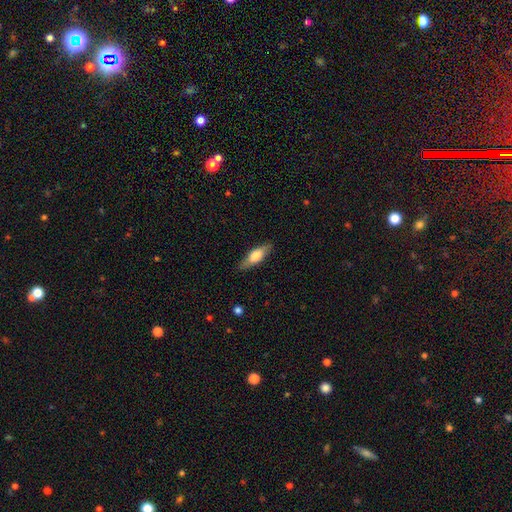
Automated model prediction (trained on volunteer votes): smooth 58%, featured or disk 36%, star or artifact 6%. Down the decision tree: how rounded — in between (49%); merging — none (86%).